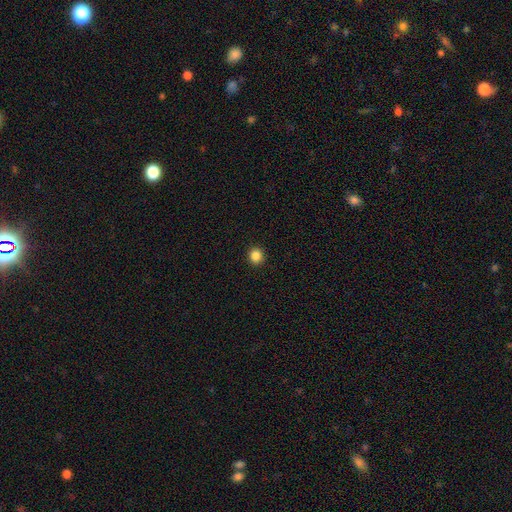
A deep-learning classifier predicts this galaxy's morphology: smooth-or-featured: smooth: 86% | star or artifact: 11% | featured or disk: 3%
  how-rounded: round: 89% | in between: 10% | cigar-shaped: 1%
  merging: none: 93% | minor disturbance: 4% | major disturbance: 2% | merger: 1%